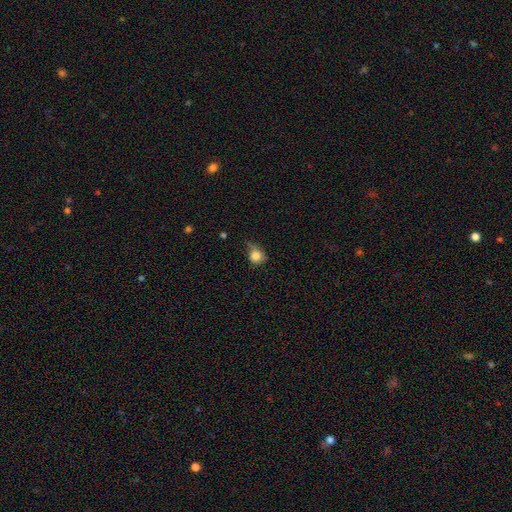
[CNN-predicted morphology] A smooth galaxy with no disk features (81%) that is round (69%). Merging: minor disturbance (42%).